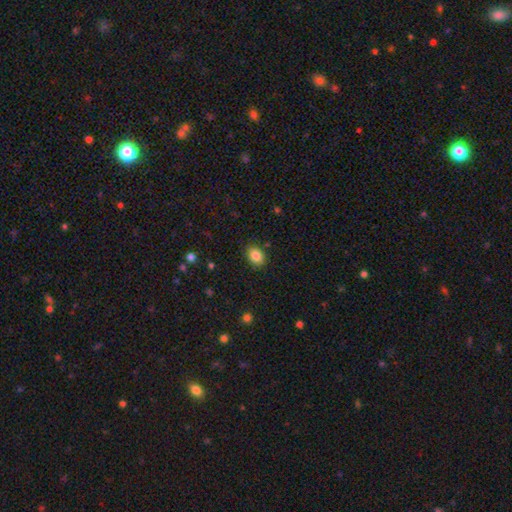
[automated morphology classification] type=smooth (86%); roundness=in between (71%); merging=none (87%).